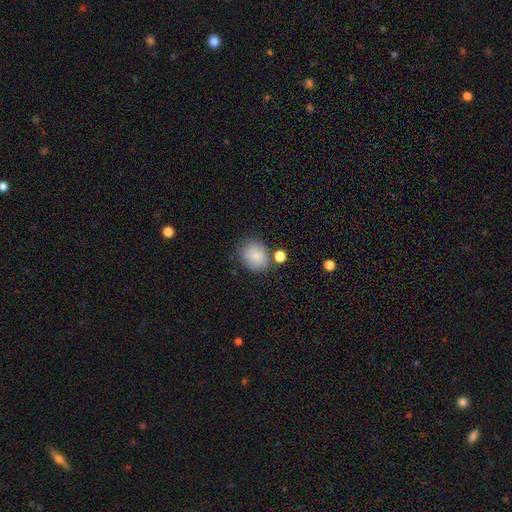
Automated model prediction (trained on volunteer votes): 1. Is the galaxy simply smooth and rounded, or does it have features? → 85% smooth, 8% star or artifact, 6% featured or disk.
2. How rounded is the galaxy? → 55% round, 44% in between, 1% cigar-shaped.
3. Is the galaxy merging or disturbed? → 73% none, 14% minor disturbance, 8% merger, 4% major disturbance.